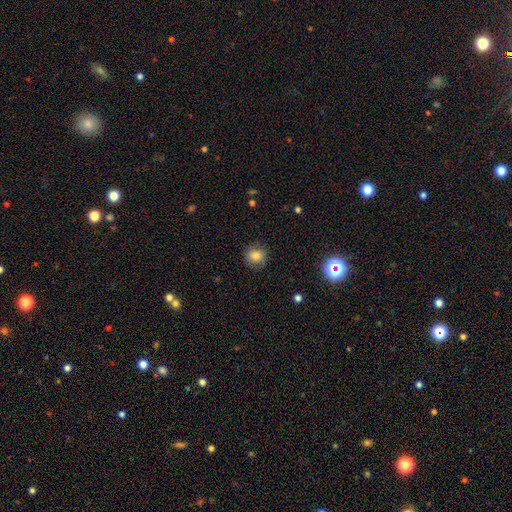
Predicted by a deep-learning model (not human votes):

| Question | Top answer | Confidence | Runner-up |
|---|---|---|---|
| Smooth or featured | smooth | 81% | star or artifact (12%) |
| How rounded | round | 83% | in between (16%) |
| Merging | none | 85% | minor disturbance (11%) |